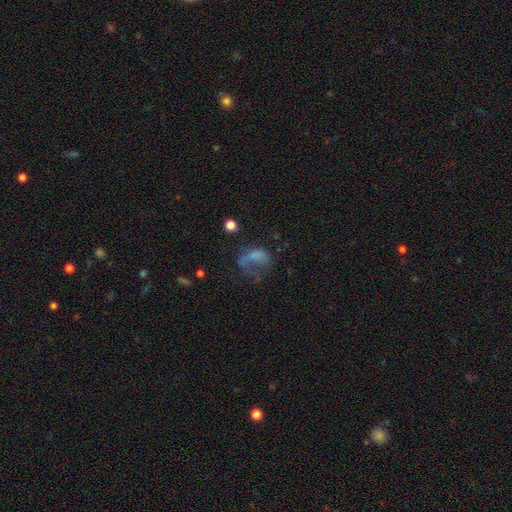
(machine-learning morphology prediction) Smooth or featured? Predicted: smooth (p=0.41). Merging? Predicted: major disturbance (p=0.52).